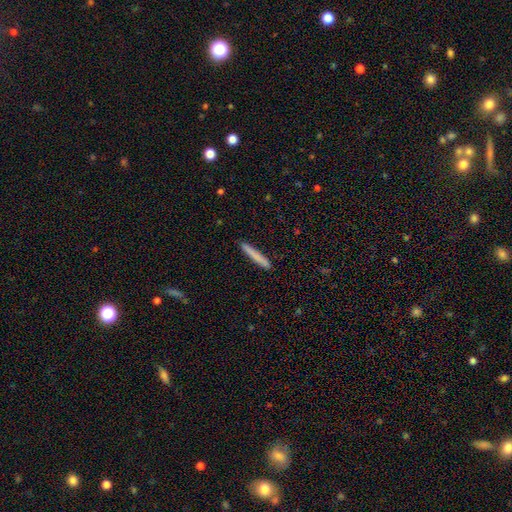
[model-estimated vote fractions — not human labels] smooth_or_featured: smooth (p=0.78) [alt: featured or disk p=0.16]
how_rounded: cigar-shaped (p=0.96) [alt: in between p=0.03]
merging: none (p=0.91) [alt: minor disturbance p=0.06]